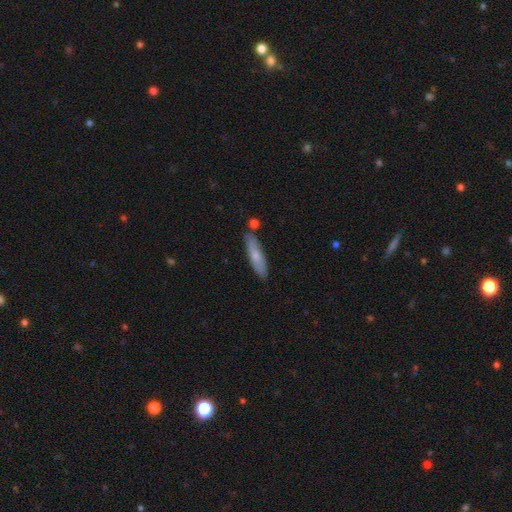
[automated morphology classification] smooth_or_featured: smooth (p=0.67) [alt: featured or disk p=0.27]
how_rounded: cigar-shaped (p=0.72) [alt: in between p=0.27]
merging: none (p=0.81) [alt: minor disturbance p=0.13]